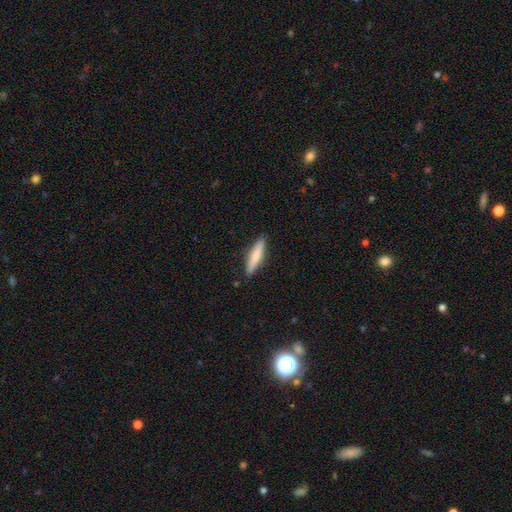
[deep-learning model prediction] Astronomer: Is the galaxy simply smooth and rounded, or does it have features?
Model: smooth — 67%.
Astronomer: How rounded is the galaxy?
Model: cigar-shaped — 85%.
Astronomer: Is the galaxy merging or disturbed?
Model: none — 89%.